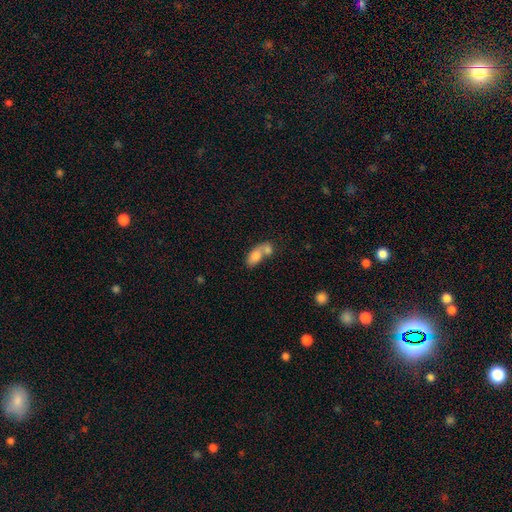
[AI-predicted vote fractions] A smooth galaxy with no disk features (75%) that is in between round and cigar-shaped (85%). Merging: merger (69%).